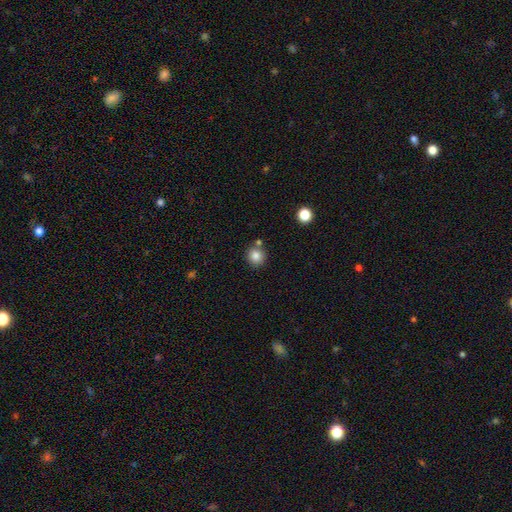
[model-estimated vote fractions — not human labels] Overall: smooth (83%). How rounded: round (92%). Merging: none (78%).